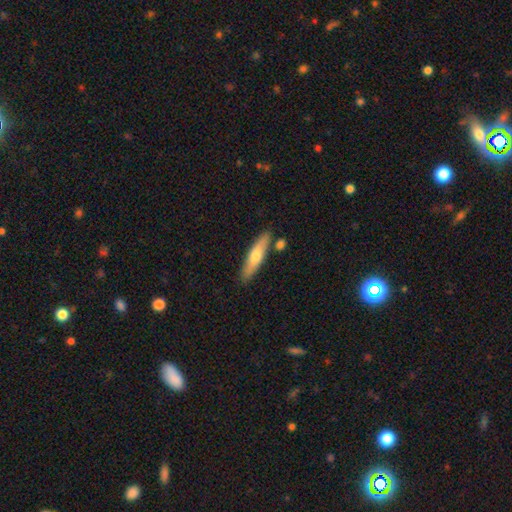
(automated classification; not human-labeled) Smooth or featured? smooth (57%)
How rounded? cigar-shaped (77%)
Merging? none (81%)